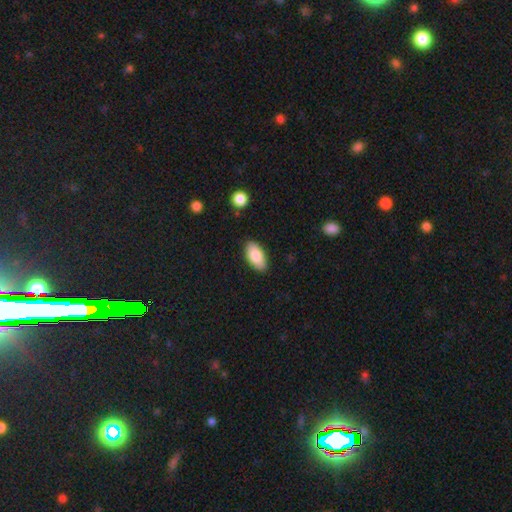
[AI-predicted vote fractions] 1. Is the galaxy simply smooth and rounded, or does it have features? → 83% smooth, 11% featured or disk, 6% star or artifact.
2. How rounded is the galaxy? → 94% in between, 4% cigar-shaped, 3% round.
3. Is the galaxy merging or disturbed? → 86% none, 11% minor disturbance, 2% major disturbance, 1% merger.